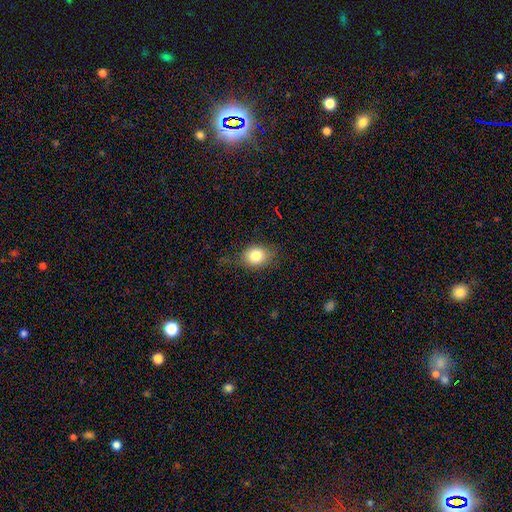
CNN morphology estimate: A smooth galaxy with no disk features (82%) that is in between round and cigar-shaped (50%). Merging: none (71%).